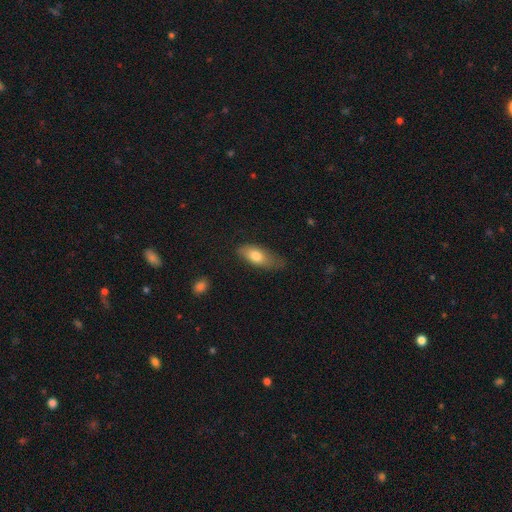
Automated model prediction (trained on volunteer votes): Q: Smooth or featured?
A: smooth (76%); runner-up: featured or disk (18%)
Q: How rounded?
A: in between (82%); runner-up: cigar-shaped (14%)
Q: Merging?
A: none (50%); runner-up: minor disturbance (35%)